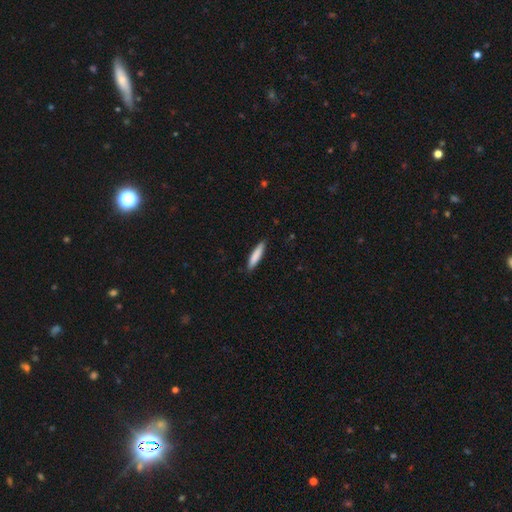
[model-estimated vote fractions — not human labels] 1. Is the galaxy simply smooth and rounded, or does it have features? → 84% smooth, 11% featured or disk, 5% star or artifact.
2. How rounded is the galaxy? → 84% cigar-shaped, 14% in between, 1% round.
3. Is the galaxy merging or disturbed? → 88% none, 9% minor disturbance, 2% major disturbance, 1% merger.